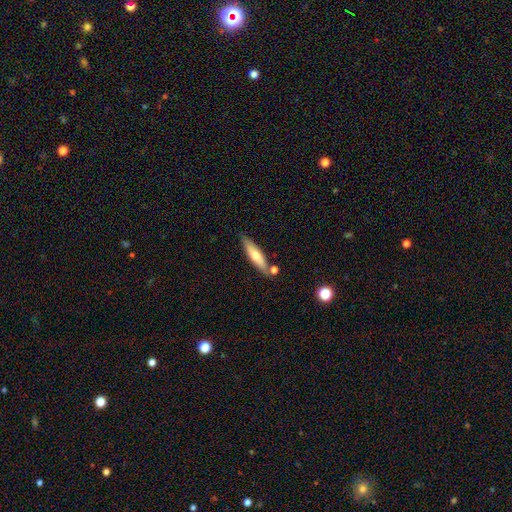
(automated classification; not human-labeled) Q: Smooth or featured?
A: smooth (64%); runner-up: featured or disk (31%)
Q: How rounded?
A: cigar-shaped (76%); runner-up: in between (22%)
Q: Merging?
A: none (74%); runner-up: minor disturbance (13%)